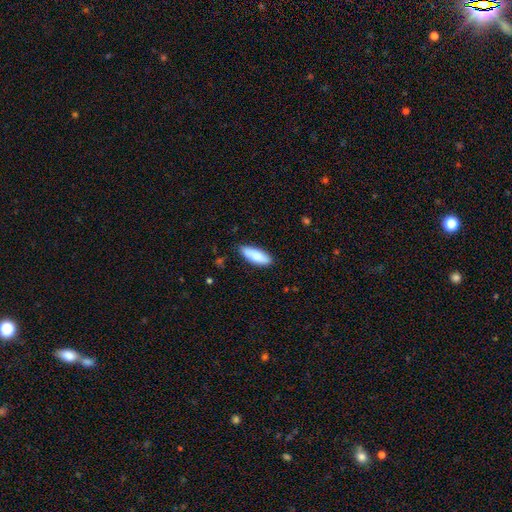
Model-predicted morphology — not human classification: Smooth or featured: smooth — 86% (featured or disk — 9%)
How rounded: in between — 65% (cigar-shaped — 34%)
Merging: none — 85% (minor disturbance — 12%)